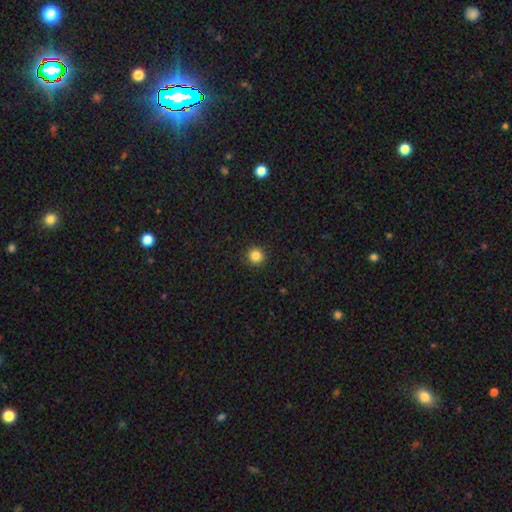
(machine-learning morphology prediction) Smooth or featured? smooth (85%)
How rounded? round (94%)
Merging? none (92%)